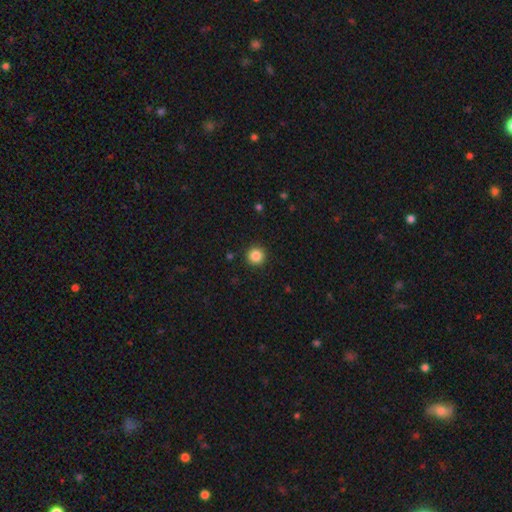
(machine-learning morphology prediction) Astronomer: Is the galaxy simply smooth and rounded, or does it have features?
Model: smooth — 86%.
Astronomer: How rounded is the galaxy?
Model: round — 96%.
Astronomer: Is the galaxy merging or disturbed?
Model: none — 92%.